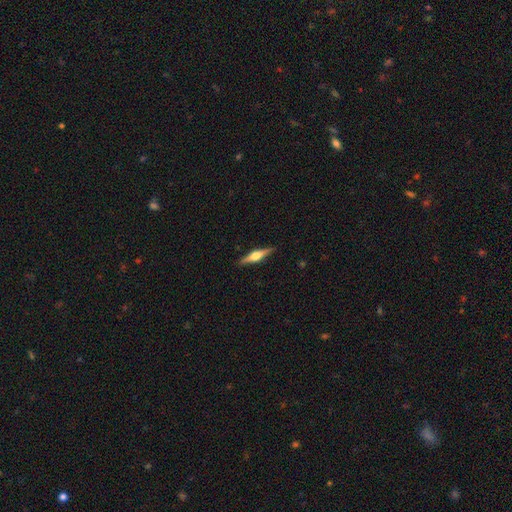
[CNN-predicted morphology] featured or disk 71%, smooth 23%, star or artifact 5%. Down the decision tree: edge-on disk — yes (98%); edge-on bulge — rounded (92%); merging — none (91%).